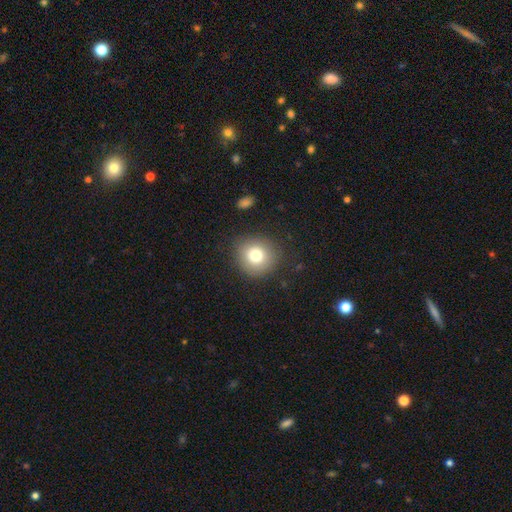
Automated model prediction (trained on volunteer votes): The model was most divided on "smooth or featured": smooth: 77%, featured or disk: 12%, star or artifact: 12%. More confident: how rounded — round (89%); merging — none (86%).